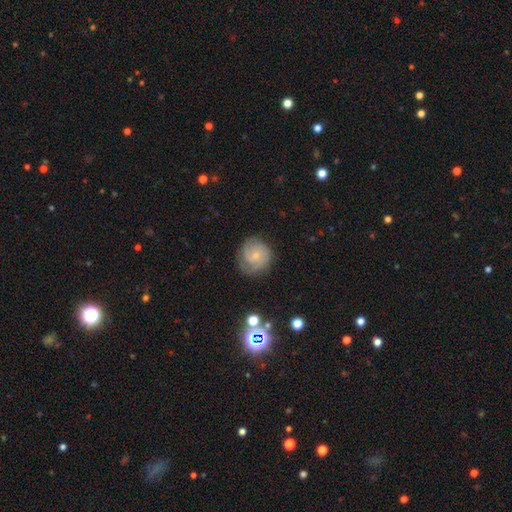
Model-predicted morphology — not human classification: A featured or disk galaxy (58%) with no bar (71%), 2 (38%) tight (50%) spiral arms (90%) and a small central bulge (72%).

Vote fractions:
- Smooth or featured? featured or disk: 58% / smooth: 34% / star or artifact: 8%
- Edge-on disk? no: 98% / yes: 2%
- Bar? no: 71% / weak: 26% / strong: 3%
- Spiral arms? yes: 90% / no: 10%
- Spiral winding? tight: 50% / medium: 37% / loose: 13%
- Spiral arm count? 2: 38% / can't tell: 27% / 3: 19% / 1: 9% / 4: 4% / more than 4: 3%
- Bulge size? small: 72% / moderate: 20% / none: 6% / large: 1% / dominant: 1%
- Merging? none: 71% / minor disturbance: 19% / major disturbance: 8% / merger: 2%